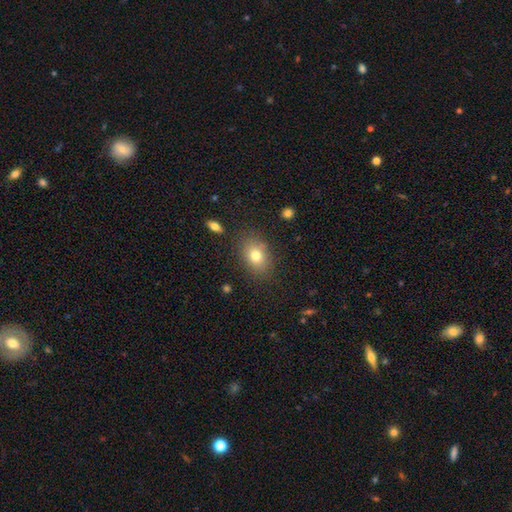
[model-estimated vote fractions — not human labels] The model was most divided on "how rounded": in between: 70%, round: 28%, cigar-shaped: 1%. More confident: merging — none (82%); smooth or featured — smooth (77%).